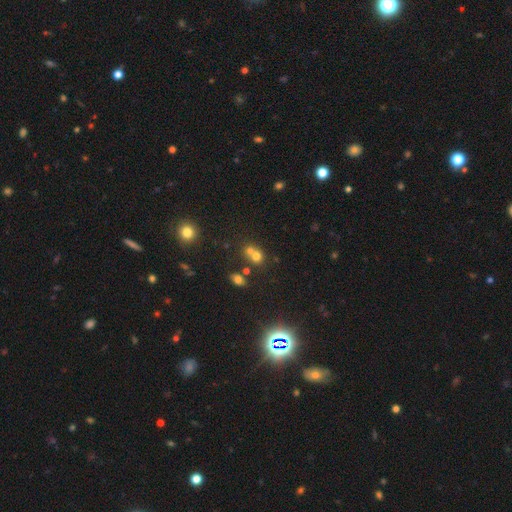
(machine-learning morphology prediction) Smooth or featured? smooth (66%)
How rounded? round (76%)
Merging? merger (53%)